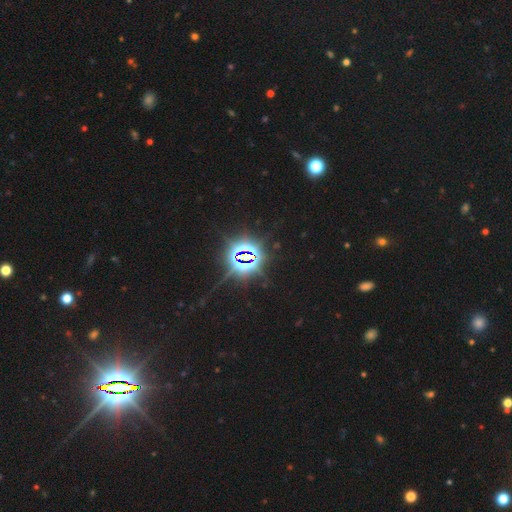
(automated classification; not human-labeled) This appears to be a star or artifact, not a galaxy (83%).